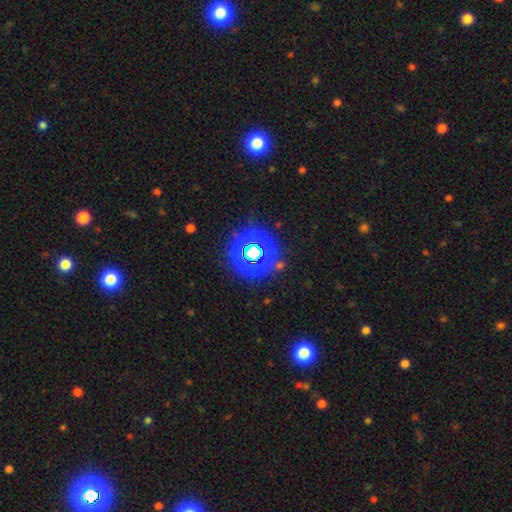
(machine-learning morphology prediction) Q: Smooth or featured?
A: star or artifact (72%); runner-up: smooth (19%)